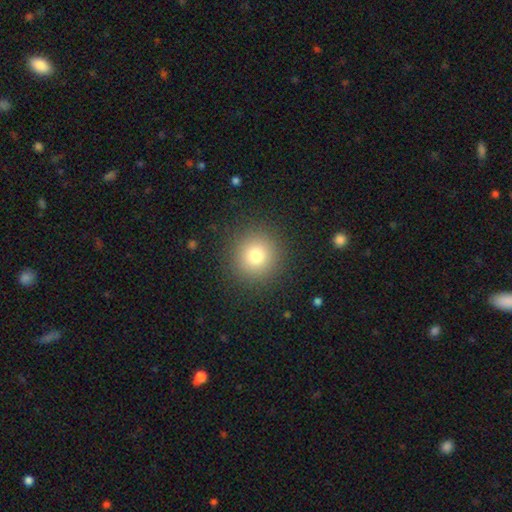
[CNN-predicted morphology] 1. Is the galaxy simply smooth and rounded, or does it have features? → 77% smooth, 14% star or artifact, 9% featured or disk.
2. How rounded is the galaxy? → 94% round, 5% in between, 1% cigar-shaped.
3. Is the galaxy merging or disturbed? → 90% none, 6% minor disturbance, 3% major disturbance, 1% merger.